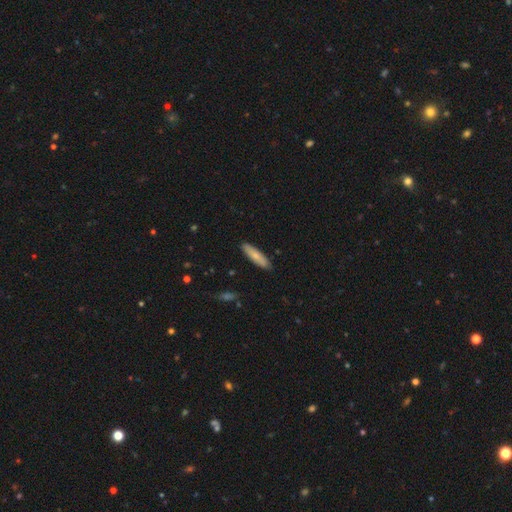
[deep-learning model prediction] A smooth galaxy with no disk features (74%) that is cigar-shaped (67%).

Vote fractions:
- Smooth or featured? smooth: 74% / featured or disk: 20% / star or artifact: 6%
- How rounded? cigar-shaped: 67% / in between: 31% / round: 2%
- Merging? none: 87% / minor disturbance: 10% / major disturbance: 2% / merger: 1%